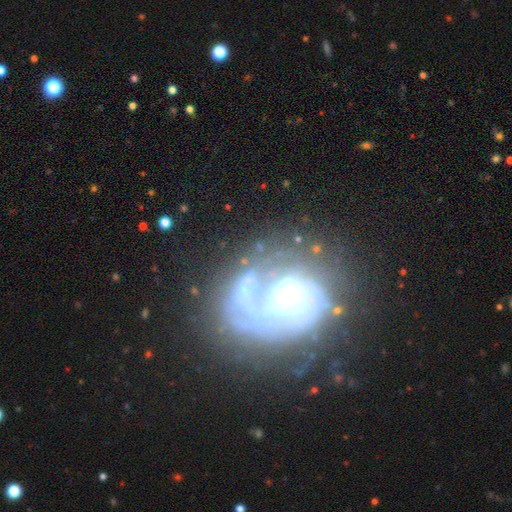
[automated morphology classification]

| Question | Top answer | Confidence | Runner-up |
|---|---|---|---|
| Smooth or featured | featured or disk | 75% | smooth (14%) |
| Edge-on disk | no | 97% | yes (3%) |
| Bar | no | 69% | weak (23%) |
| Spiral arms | yes | 82% | no (18%) |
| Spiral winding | tight | 59% | medium (28%) |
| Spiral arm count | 2 | 30% | can't tell (26%) |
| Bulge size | moderate | 40% | large (33%) |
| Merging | none | 60% | minor disturbance (19%) |